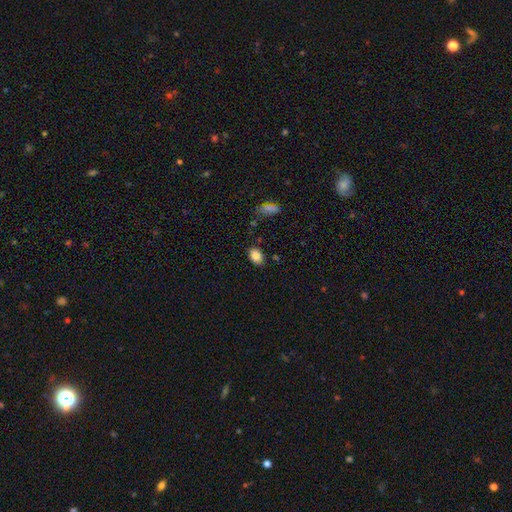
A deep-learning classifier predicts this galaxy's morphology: type=smooth (86%); roundness=in between (77%); merging=none (82%).